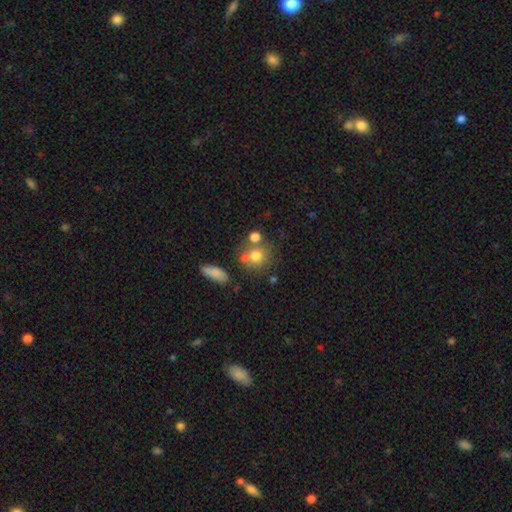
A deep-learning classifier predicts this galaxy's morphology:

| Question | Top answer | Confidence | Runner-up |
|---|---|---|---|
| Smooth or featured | smooth | 73% | featured or disk (14%) |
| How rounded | round | 83% | in between (16%) |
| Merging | none | 56% | merger (27%) |